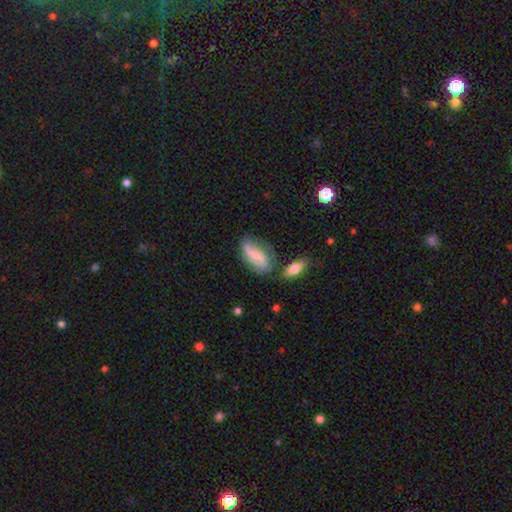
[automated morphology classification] Q: Smooth or featured?
A: smooth (49%); runner-up: featured or disk (44%)
Q: Merging?
A: none (55%); runner-up: minor disturbance (24%)